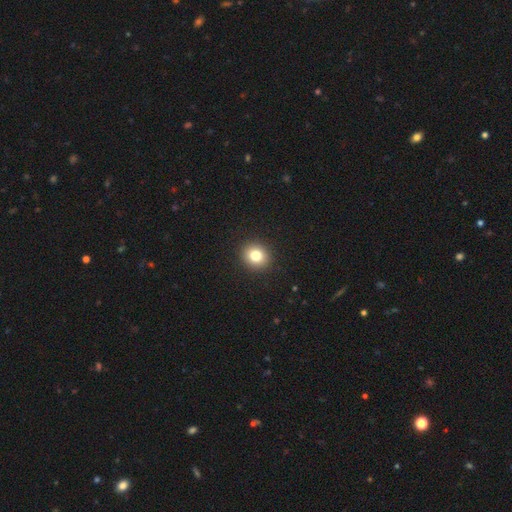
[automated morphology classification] Smooth or featured? smooth (80%)
How rounded? round (81%)
Merging? none (93%)